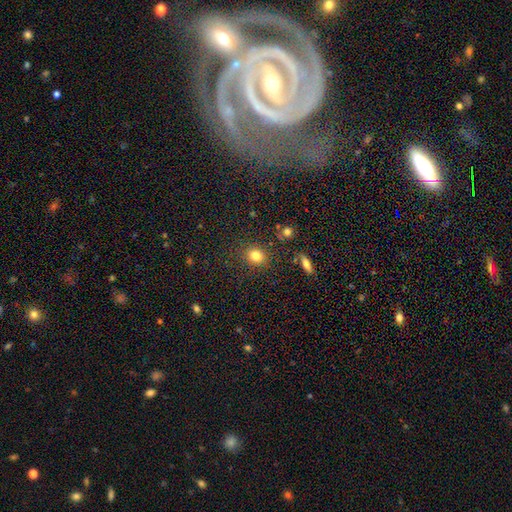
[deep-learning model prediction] This appears to be a smooth galaxy with no disk features (81%) that is round (65%). Merging: none (85%).